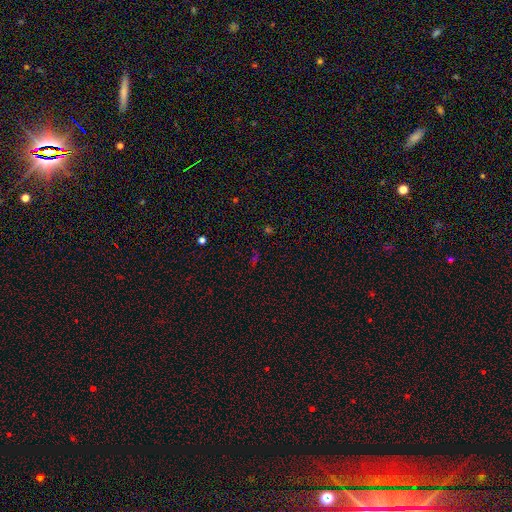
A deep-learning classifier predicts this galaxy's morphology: This appears to be a star or artifact, not a galaxy (61%).